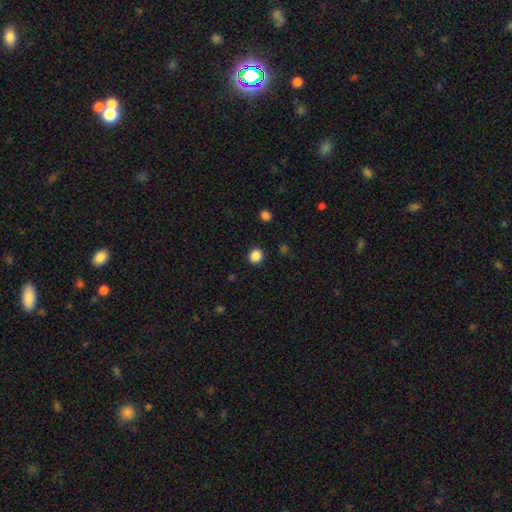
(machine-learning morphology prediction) Q: Smooth or featured?
A: smooth (87%); runner-up: star or artifact (11%)
Q: How rounded?
A: round (85%); runner-up: in between (14%)
Q: Merging?
A: none (91%); runner-up: minor disturbance (6%)